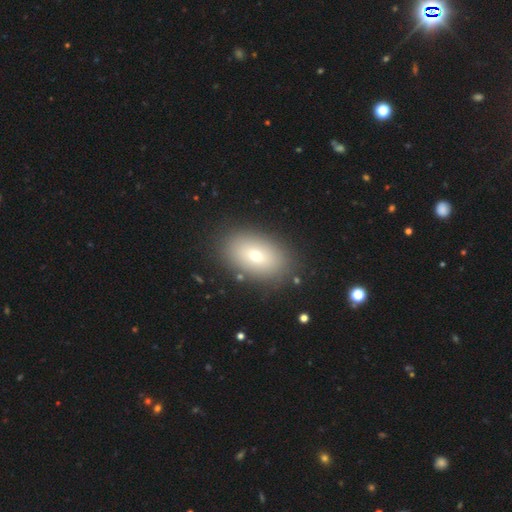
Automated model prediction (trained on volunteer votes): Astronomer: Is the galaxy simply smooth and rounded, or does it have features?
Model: smooth — 69%.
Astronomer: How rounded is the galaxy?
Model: in between — 86%.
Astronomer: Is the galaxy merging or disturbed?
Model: none — 87%.